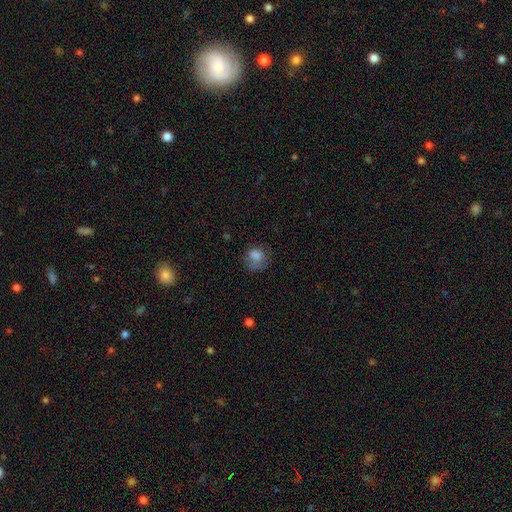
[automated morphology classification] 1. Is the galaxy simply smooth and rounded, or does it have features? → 76% smooth, 13% featured or disk, 11% star or artifact.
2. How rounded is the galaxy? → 60% round, 39% in between, 1% cigar-shaped.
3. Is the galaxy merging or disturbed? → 49% none, 27% minor disturbance, 22% major disturbance, 3% merger.